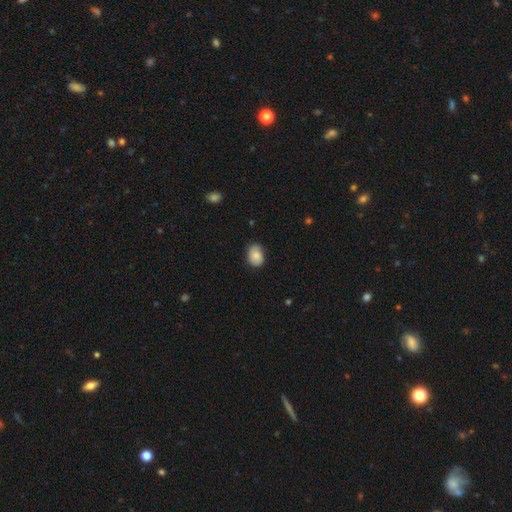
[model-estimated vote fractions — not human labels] This appears to be a smooth galaxy with no disk features (80%) that is in between round and cigar-shaped (66%). Merging: none (72%).